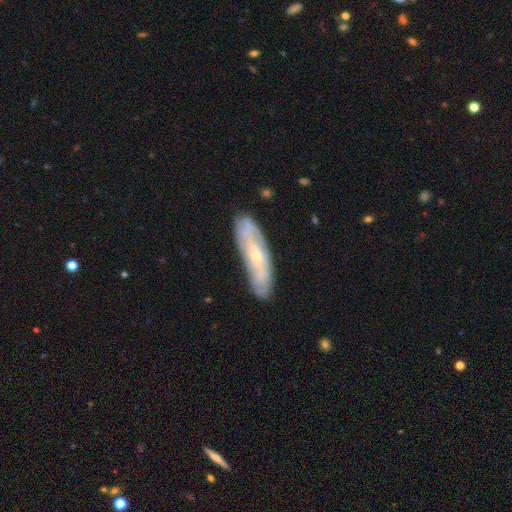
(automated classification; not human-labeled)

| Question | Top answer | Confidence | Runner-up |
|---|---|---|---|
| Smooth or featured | featured or disk | 64% | smooth (30%) |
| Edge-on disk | no | 68% | yes (32%) |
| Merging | none | 78% | minor disturbance (17%) |